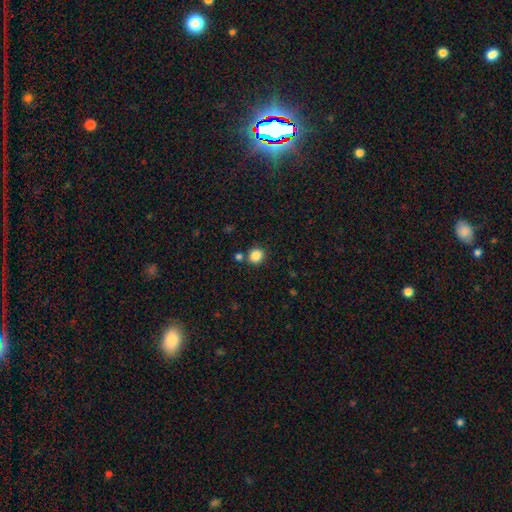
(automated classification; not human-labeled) smooth 85%, star or artifact 11%, featured or disk 4%. Down the decision tree: how rounded — round (86%); merging — none (81%).